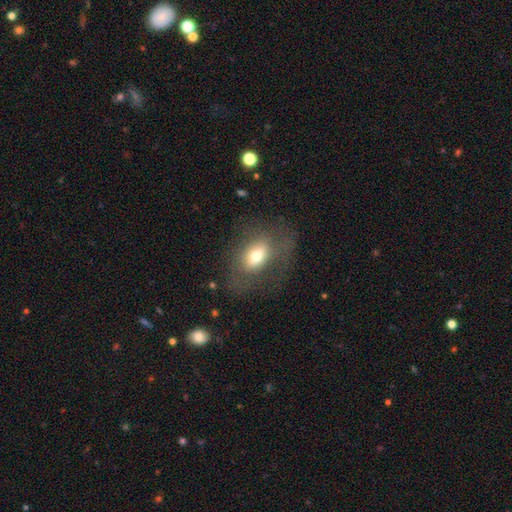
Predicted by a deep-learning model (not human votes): This is likely a smooth galaxy (64%). How rounded: likely in between (78%). Merging: possibly none (58%).